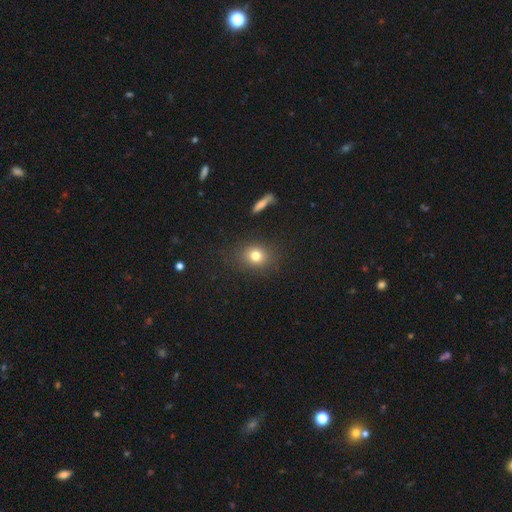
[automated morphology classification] type=smooth (78%); roundness=round (69%); merging=none (84%).